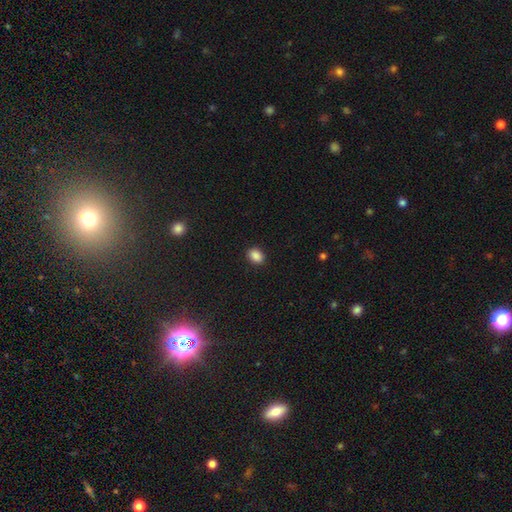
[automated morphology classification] A smooth galaxy with no disk features (88%) that is in between round and cigar-shaped (65%).

Vote fractions:
- Smooth or featured? smooth: 88% / star or artifact: 9% / featured or disk: 3%
- How rounded? in between: 65% / round: 34% / cigar-shaped: 1%
- Merging? none: 90% / minor disturbance: 7% / major disturbance: 2% / merger: 1%